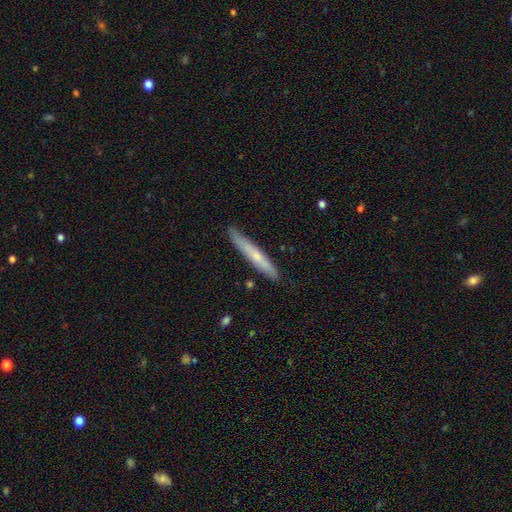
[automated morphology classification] Smooth or featured?
  - smooth: 56% *
  - featured or disk: 38%
  - star or artifact: 6%
How rounded?
  - cigar-shaped: 95% *
  - in between: 3%
  - round: 1%
Merging?
  - none: 87% *
  - minor disturbance: 10%
  - major disturbance: 2%
  - merger: 1%